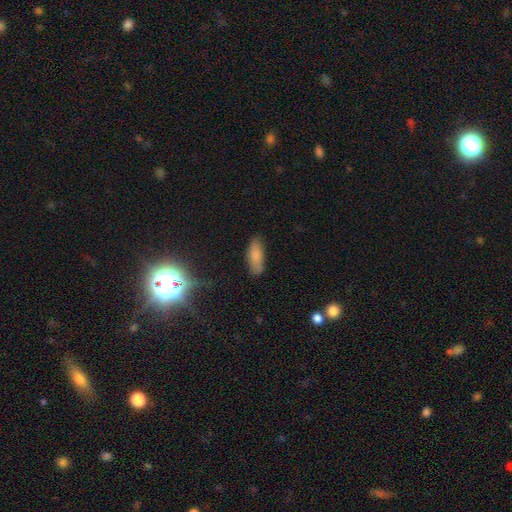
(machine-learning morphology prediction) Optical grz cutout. It shows a smooth galaxy with no disk features (80%) that is in between round and cigar-shaped (74%). Merging: none (77%).